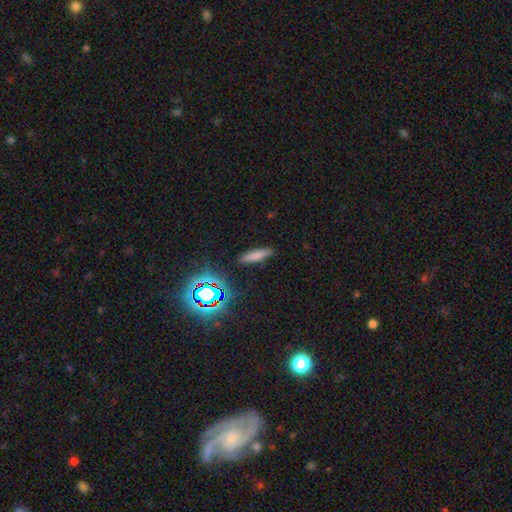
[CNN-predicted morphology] type=smooth (72%); roundness=cigar-shaped (68%); merging=none (87%).